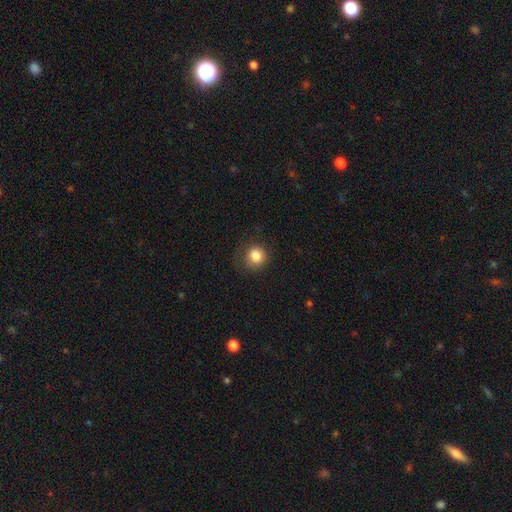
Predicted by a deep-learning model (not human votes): smooth 83%, star or artifact 11%, featured or disk 6%. Down the decision tree: how rounded — round (86%); merging — none (77%).